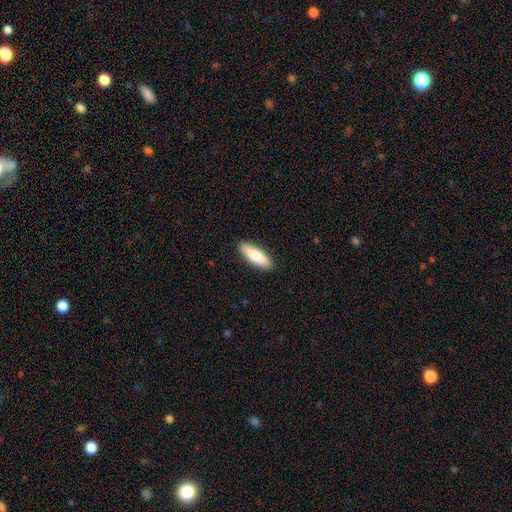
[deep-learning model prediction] smooth-or-featured: smooth: 78% | featured or disk: 16% | star or artifact: 5%
  how-rounded: cigar-shaped: 51% | in between: 48% | round: 2%
  merging: none: 90% | minor disturbance: 7% | major disturbance: 2% | merger: 1%